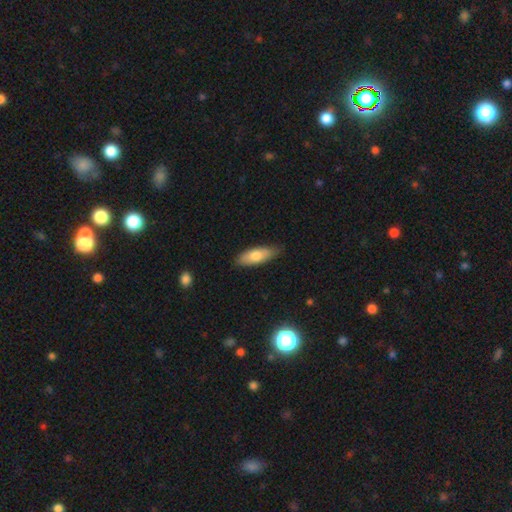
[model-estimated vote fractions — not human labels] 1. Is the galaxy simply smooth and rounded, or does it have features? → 74% smooth, 20% featured or disk, 6% star or artifact.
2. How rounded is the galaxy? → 66% in between, 32% cigar-shaped, 2% round.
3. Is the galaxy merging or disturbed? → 81% none, 15% minor disturbance, 2% major disturbance, 1% merger.